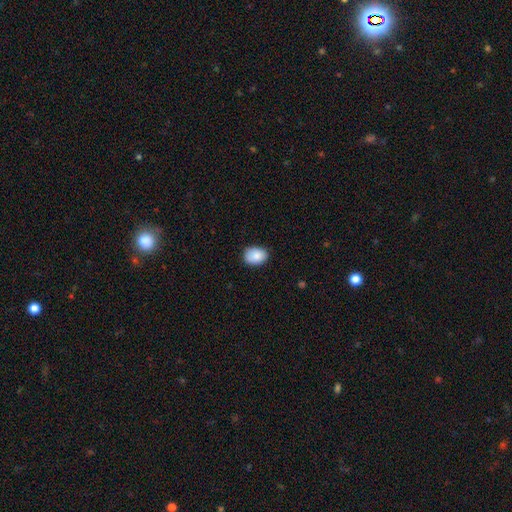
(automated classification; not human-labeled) A smooth galaxy with no disk features (87%) that is in between round and cigar-shaped (73%). Merging: none (81%).